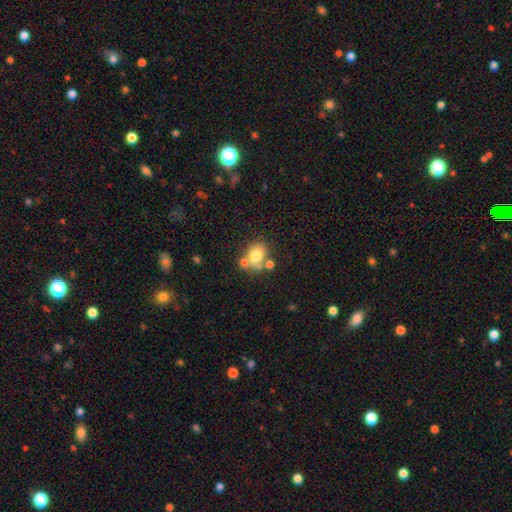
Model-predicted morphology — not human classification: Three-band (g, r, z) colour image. It shows a smooth galaxy with no disk features (73%) that is in between round and cigar-shaped (53%). Merging: none (52%).